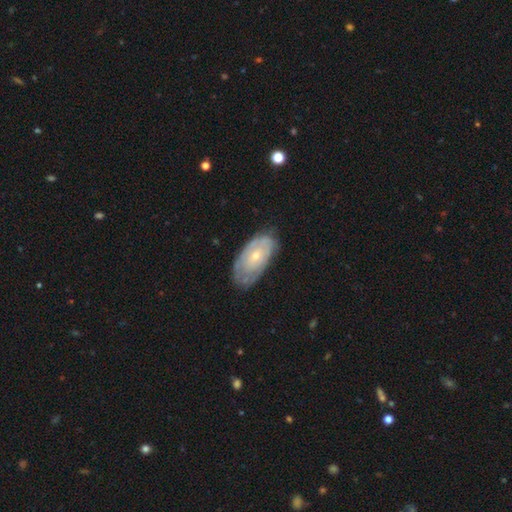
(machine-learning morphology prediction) This appears to be a featured or disk galaxy (59%) with no bar (82%), spiral arms (60%) and a small central bulge (67%). Merging: none (67%).